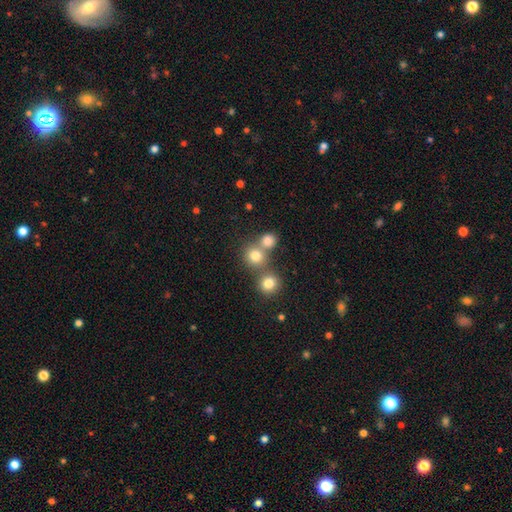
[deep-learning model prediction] Smooth or featured: smooth — 77% (star or artifact — 15%)
How rounded: round — 87% (in between — 12%)
Merging: none — 54% (merger — 36%)